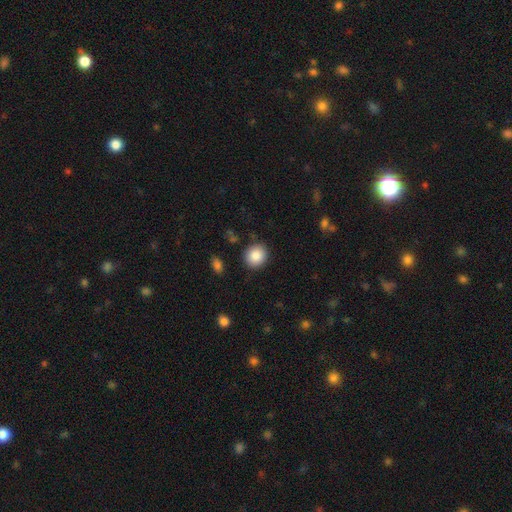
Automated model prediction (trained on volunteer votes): This is clearly a smooth galaxy (87%). How rounded: clearly round (81%). Merging: clearly none (88%).